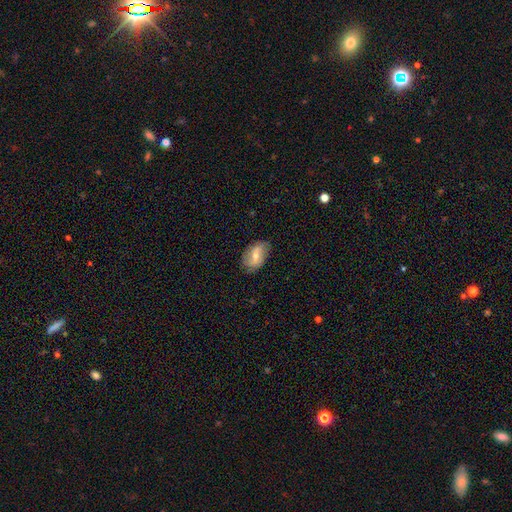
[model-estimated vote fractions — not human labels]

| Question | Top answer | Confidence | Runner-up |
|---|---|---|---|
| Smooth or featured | featured or disk | 53% | smooth (38%) |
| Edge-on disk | no | 93% | yes (7%) |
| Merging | none | 78% | minor disturbance (17%) |